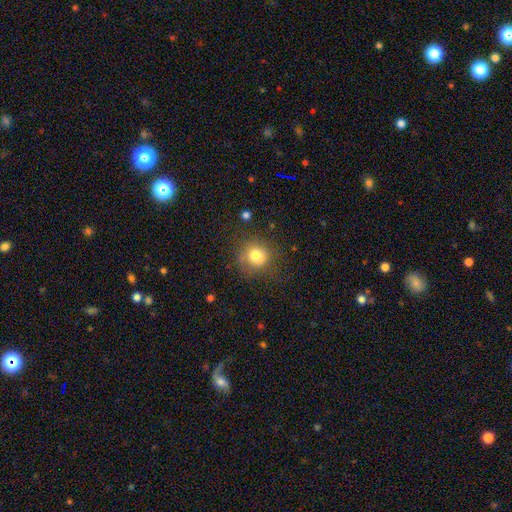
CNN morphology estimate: smooth_or_featured: smooth (p=0.79) [alt: star or artifact p=0.12]
how_rounded: round (p=0.87) [alt: in between p=0.12]
merging: none (p=0.74) [alt: minor disturbance p=0.16]